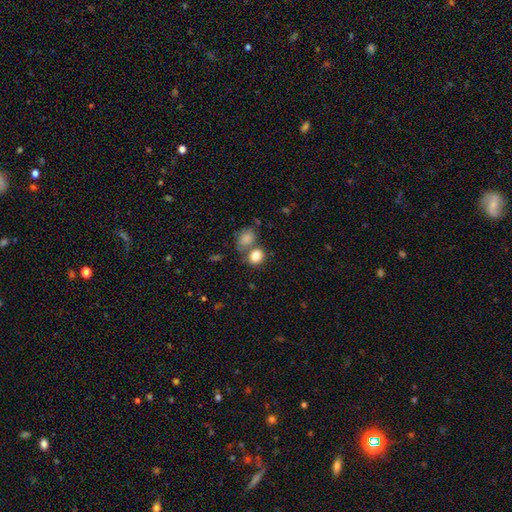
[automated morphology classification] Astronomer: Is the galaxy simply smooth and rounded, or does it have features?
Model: smooth — 83%.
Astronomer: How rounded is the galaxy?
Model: round — 59% (runner-up: in between, 40%).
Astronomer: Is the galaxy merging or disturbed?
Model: none — 50% (runner-up: merger, 33%).